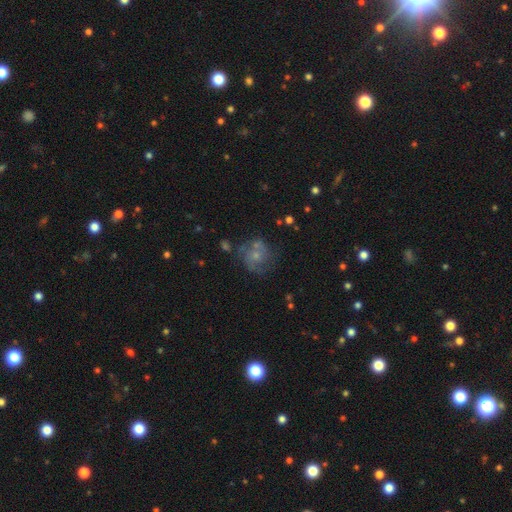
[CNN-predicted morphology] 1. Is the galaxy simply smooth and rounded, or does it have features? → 59% featured or disk, 30% smooth, 11% star or artifact.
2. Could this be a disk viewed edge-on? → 98% no, 2% yes.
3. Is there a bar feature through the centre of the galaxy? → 78% no, 19% weak, 3% strong.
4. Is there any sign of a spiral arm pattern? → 81% yes, 19% no.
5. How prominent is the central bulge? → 58% small, 32% moderate, 6% none, 2% large, 1% dominant.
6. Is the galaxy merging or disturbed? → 61% none, 20% minor disturbance, 11% major disturbance, 8% merger.